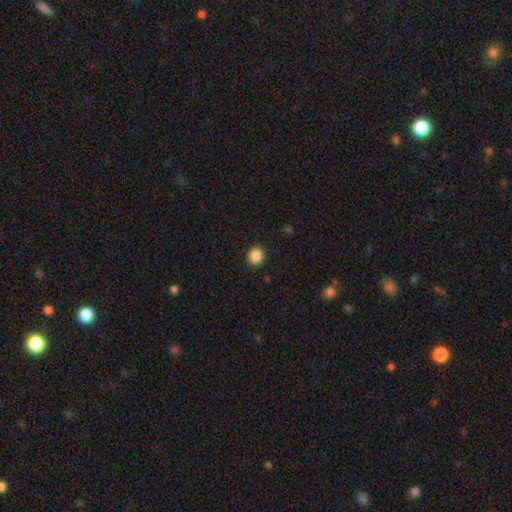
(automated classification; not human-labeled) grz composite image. It shows a smooth galaxy with no disk features (88%) that is round (72%). Merging: none (90%).